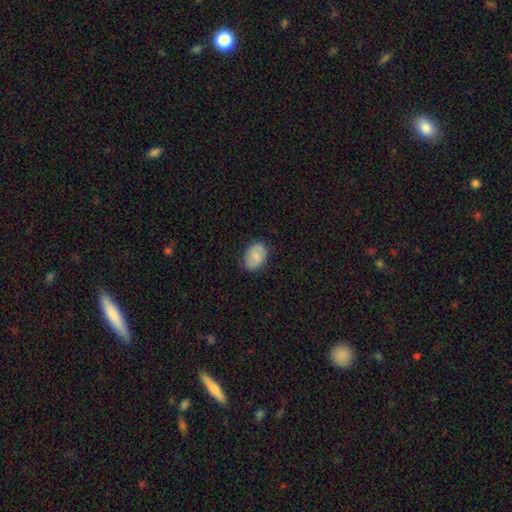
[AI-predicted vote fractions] Overall: smooth (64%; featured or disk 29%). How rounded: in between (74%). Merging: none (80%).